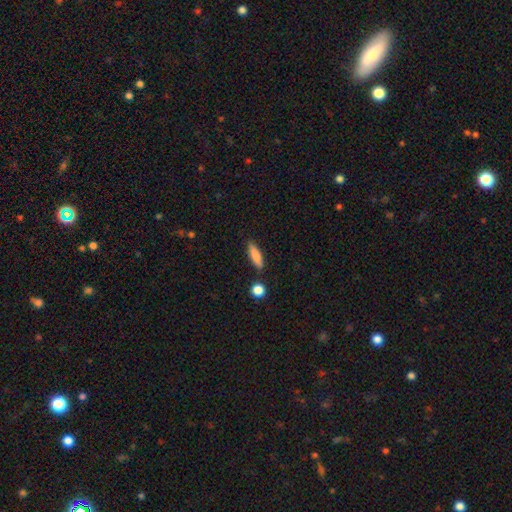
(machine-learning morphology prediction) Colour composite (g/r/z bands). It shows a smooth galaxy with no disk features (82%) that is cigar-shaped (59%). Merging: none (83%).